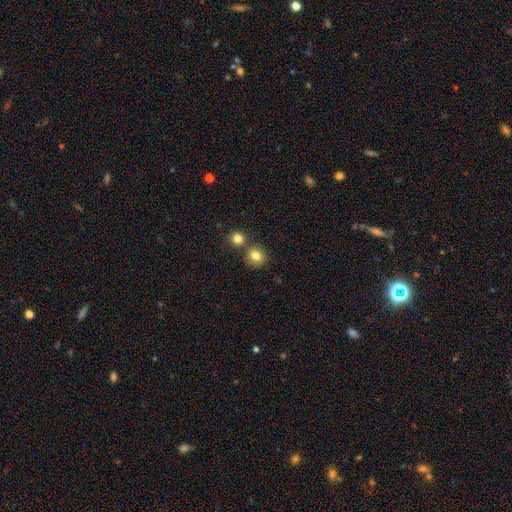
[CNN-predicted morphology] Smooth or featured: smooth — 81% (star or artifact — 12%)
How rounded: round — 84% (in between — 15%)
Merging: none — 69% (merger — 19%)